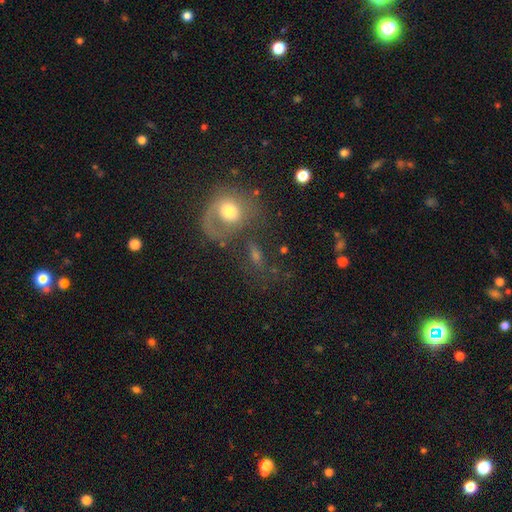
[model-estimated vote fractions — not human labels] Smooth or featured?
  - smooth: 44% *
  - featured or disk: 39%
  - star or artifact: 18%
Merging?
  - none: 42% *
  - major disturbance: 23%
  - merger: 19%
  - minor disturbance: 16%